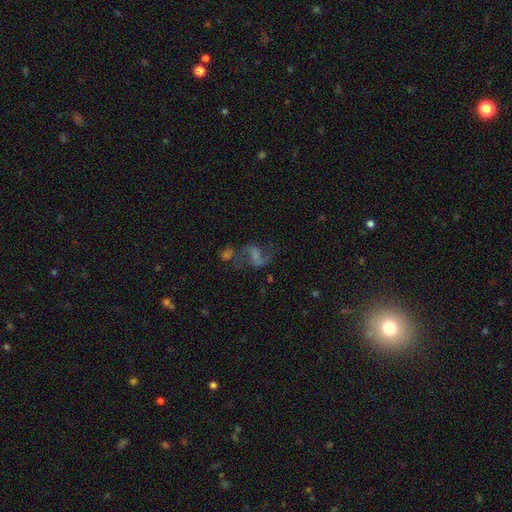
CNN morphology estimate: smooth_or_featured: featured or disk (p=0.64) [alt: star or artifact p=0.20]
disk_edge_on: no (p=0.96) [alt: yes p=0.04]
bar: weak (p=0.44) [alt: no p=0.30]
has_spiral_arms: yes (p=0.86) [alt: no p=0.14]
spiral_winding: loose (p=0.69) [alt: medium p=0.25]
spiral_arm_count: 2 (p=0.87) [alt: 1 p=0.05]
bulge_size: none (p=0.45) [alt: small p=0.31]
merging: none (p=0.50) [alt: major disturbance p=0.18]